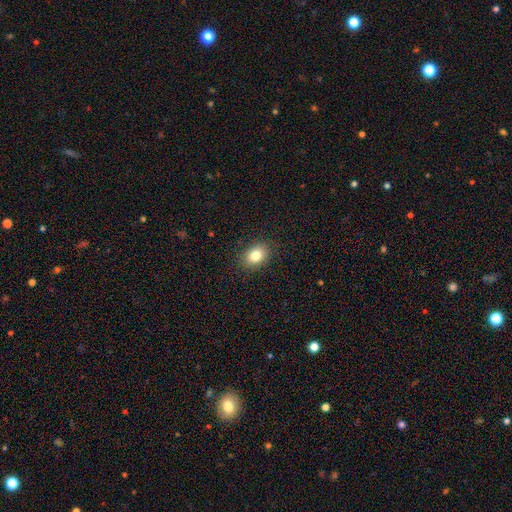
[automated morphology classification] This appears to be a smooth galaxy with no disk features (81%) that is in between round and cigar-shaped (65%). Merging: none (88%).